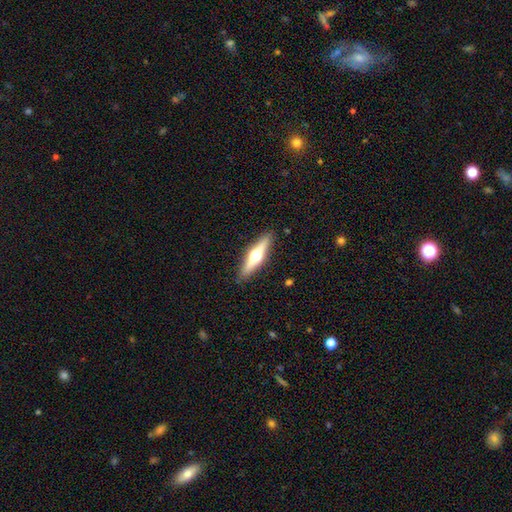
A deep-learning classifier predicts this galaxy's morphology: type=featured or disk (64%); edge-on=yes (96%); edge-on bulge=rounded (95%); merging=none (90%).